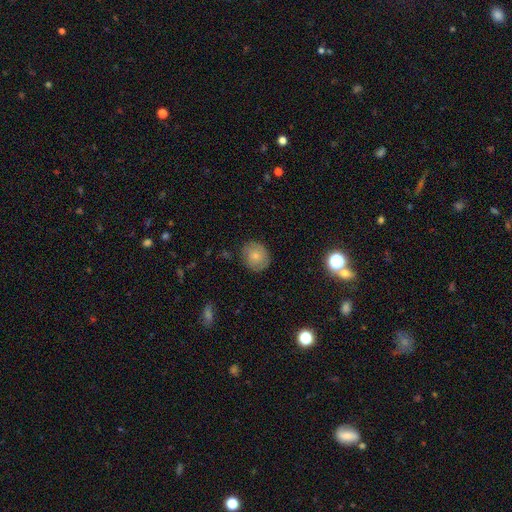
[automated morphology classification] Overall: smooth (71%). How rounded: round (81%). Merging: none (83%).